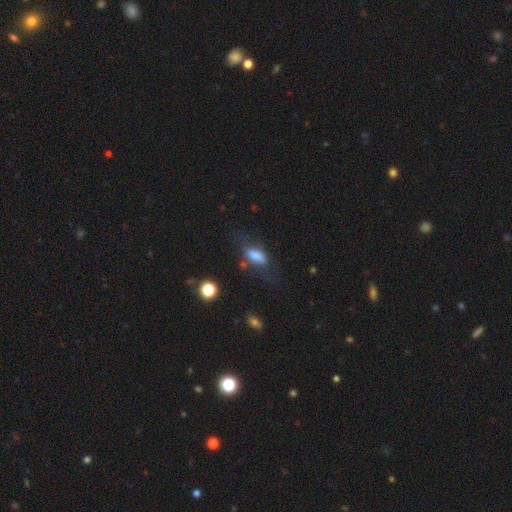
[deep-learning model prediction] This is likely a smooth galaxy (72%). How rounded: clearly in between (80%). Merging: possibly none (46%).